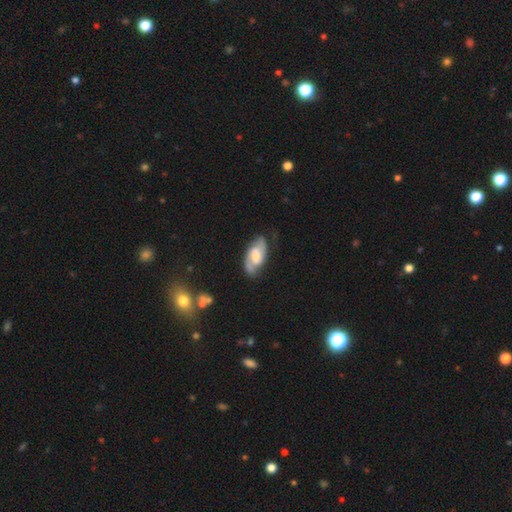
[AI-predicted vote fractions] Smooth or featured?
  - featured or disk: 79% *
  - smooth: 16%
  - star or artifact: 5%
Edge-on disk?
  - no: 95% *
  - yes: 5%
Bar?
  - weak: 47% *
  - no: 37%
  - strong: 16%
Spiral arms?
  - yes: 94% *
  - no: 6%
Spiral winding?
  - medium: 48% *
  - tight: 36%
  - loose: 16%
Spiral arm count?
  - 2: 87% *
  - can't tell: 7%
  - 1: 2%
  - 3: 2%
  - 4: 1%
  - more than 4: 1%
Bulge size?
  - moderate: 47% *
  - small: 28%
  - large: 16%
  - none: 9%
  - dominant: 2%
Merging?
  - none: 75% *
  - minor disturbance: 17%
  - major disturbance: 6%
  - merger: 2%